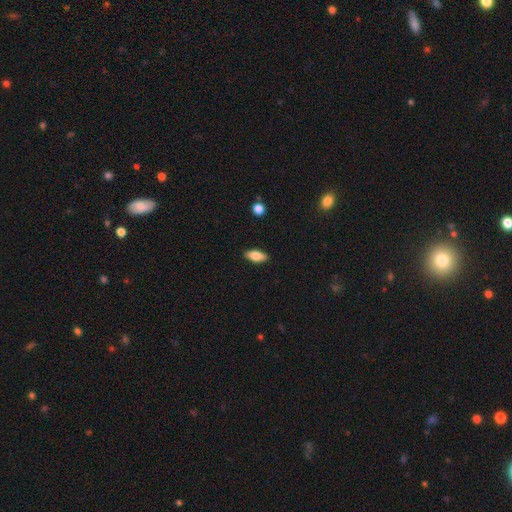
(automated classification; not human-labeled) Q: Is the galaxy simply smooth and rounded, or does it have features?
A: smooth — 75%.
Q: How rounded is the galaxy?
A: in between — 81%.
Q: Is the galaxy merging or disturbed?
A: none — 89%.